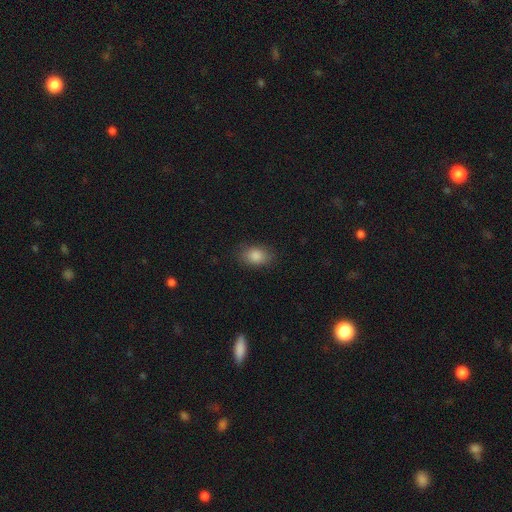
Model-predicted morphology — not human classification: This is clearly a smooth galaxy (86%). How rounded: clearly in between (83%). Merging: clearly none (85%).